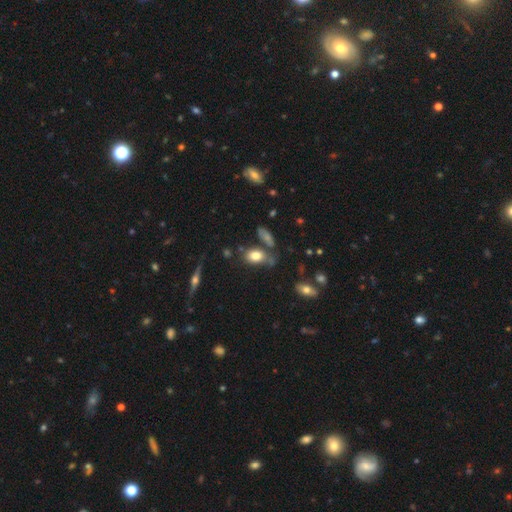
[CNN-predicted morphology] type=smooth (79%); roundness=in between (84%); merging=none (59%).